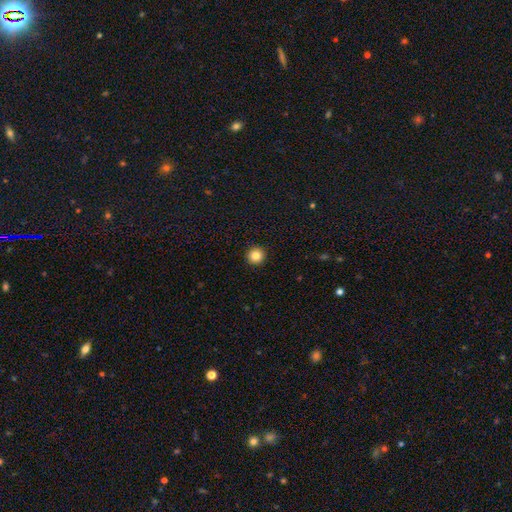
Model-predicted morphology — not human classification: Smooth or featured: smooth — 85% (star or artifact — 10%)
How rounded: round — 95% (in between — 4%)
Merging: none — 94% (minor disturbance — 4%)